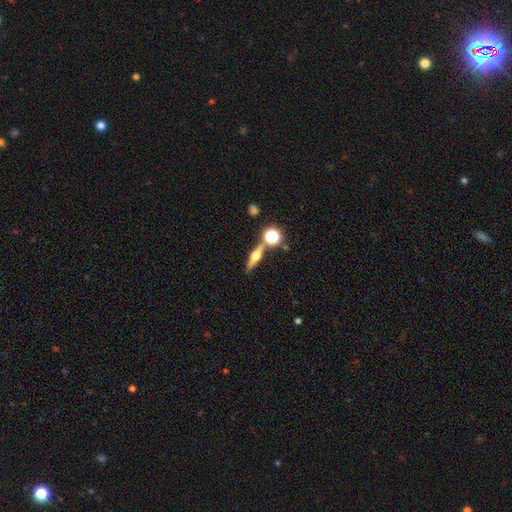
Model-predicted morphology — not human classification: Smooth or featured? Predicted: featured or disk (p=0.61). Edge-on disk? Predicted: yes (p=0.94). Edge-on bulge? Predicted: rounded (p=0.95). Merging? Predicted: none (p=0.76).